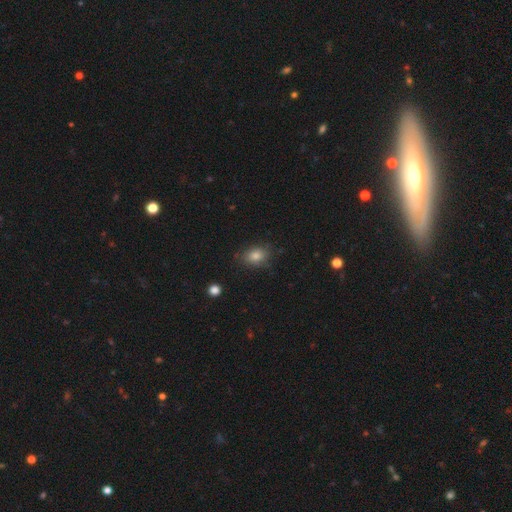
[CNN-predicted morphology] smooth-or-featured: smooth: 81% | star or artifact: 11% | featured or disk: 8%
  how-rounded: in between: 65% | round: 34% | cigar-shaped: 1%
  merging: none: 79% | minor disturbance: 16% | major disturbance: 4% | merger: 2%